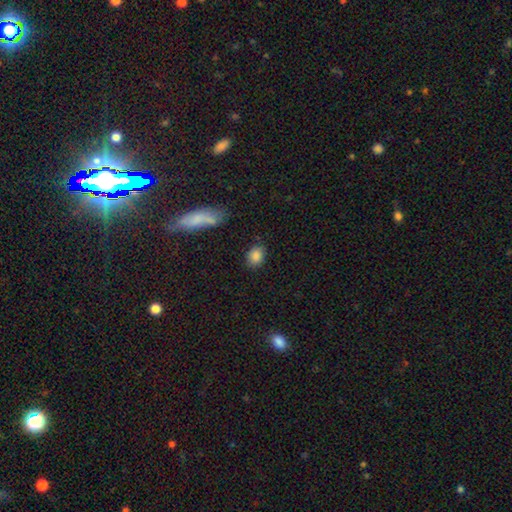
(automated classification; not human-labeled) A smooth galaxy with no disk features (85%) that is in between round and cigar-shaped (63%). Merging: none (82%).